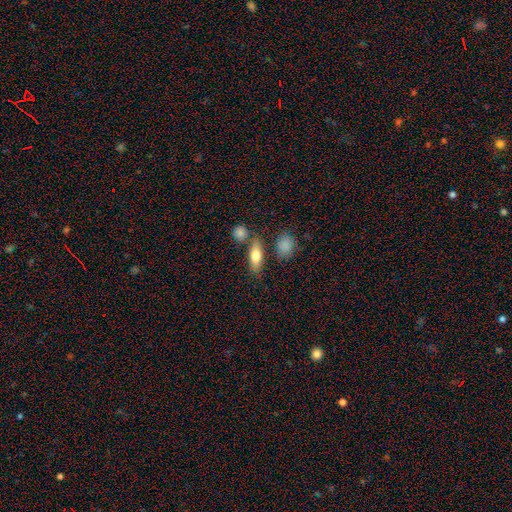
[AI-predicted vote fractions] smooth 74%, featured or disk 19%, star or artifact 7%. Down the decision tree: how rounded — in between (66%); merging — none (74%).